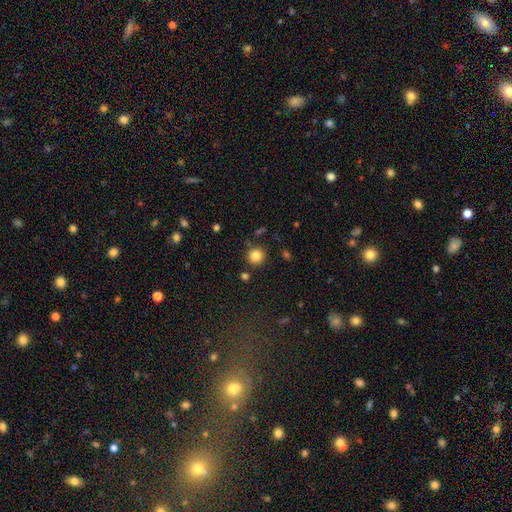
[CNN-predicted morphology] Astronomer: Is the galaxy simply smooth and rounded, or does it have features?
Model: smooth — 83%.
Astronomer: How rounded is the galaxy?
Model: round — 94%.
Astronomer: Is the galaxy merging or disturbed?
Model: none — 87%.